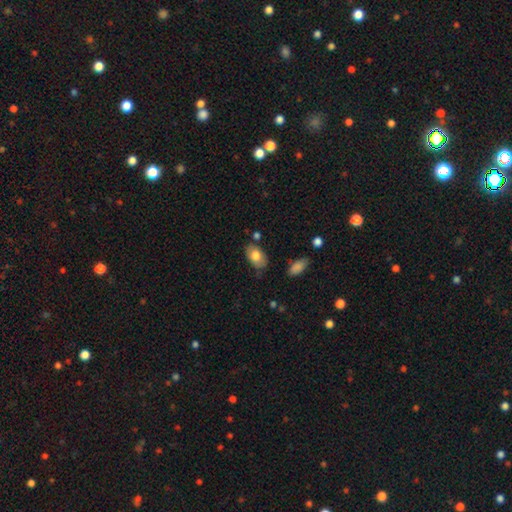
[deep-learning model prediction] Smooth or featured? smooth (75%)
How rounded? in between (91%)
Merging? none (70%)